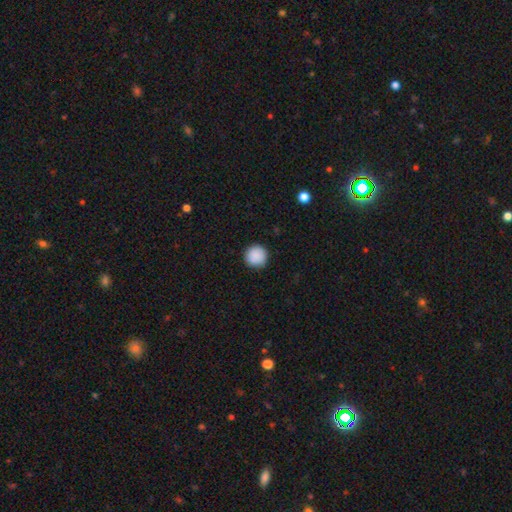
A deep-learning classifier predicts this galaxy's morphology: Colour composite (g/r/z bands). It shows a smooth galaxy with no disk features (90%) that is round (96%). Merging: none (92%).